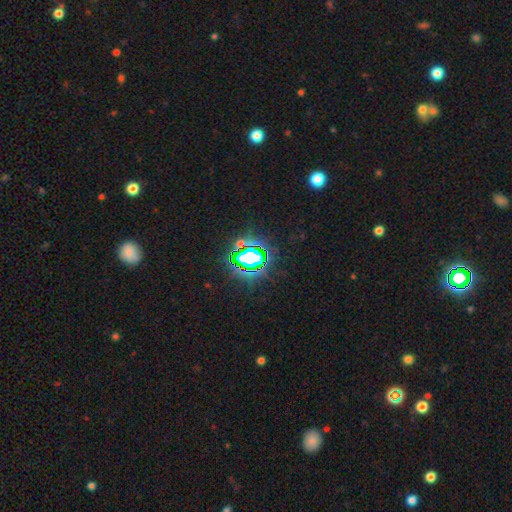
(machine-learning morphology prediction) A star or artifact, not a galaxy (82%).

Vote fractions:
- Smooth or featured? star or artifact: 82% / smooth: 11% / featured or disk: 7%